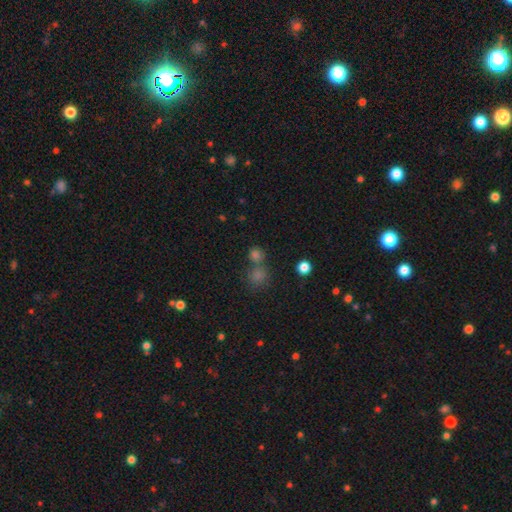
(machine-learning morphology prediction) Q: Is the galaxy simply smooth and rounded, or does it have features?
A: smooth — 67%.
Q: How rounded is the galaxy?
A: round — 84%.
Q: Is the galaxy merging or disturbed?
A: none — 57%.